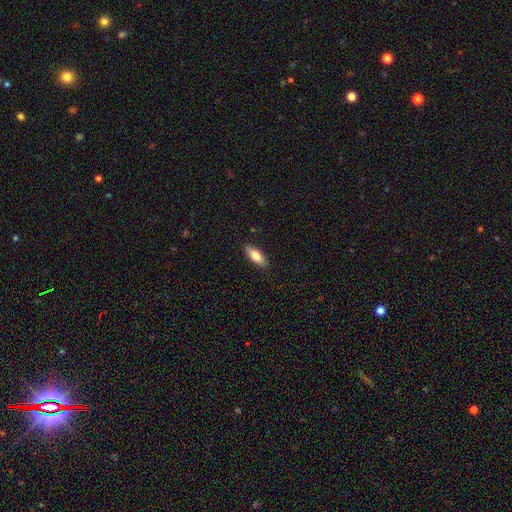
A smooth galaxy with no disk features (79%) that is in between round and cigar-shaped (67%). Merging: none (92%).